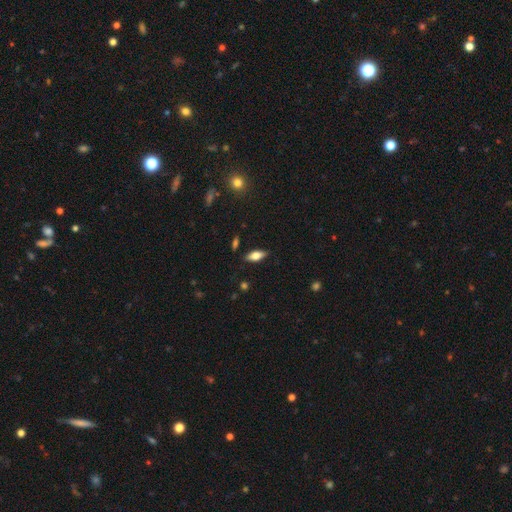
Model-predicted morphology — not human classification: Smooth or featured? smooth (64%)
How rounded? in between (79%)
Merging? none (86%)